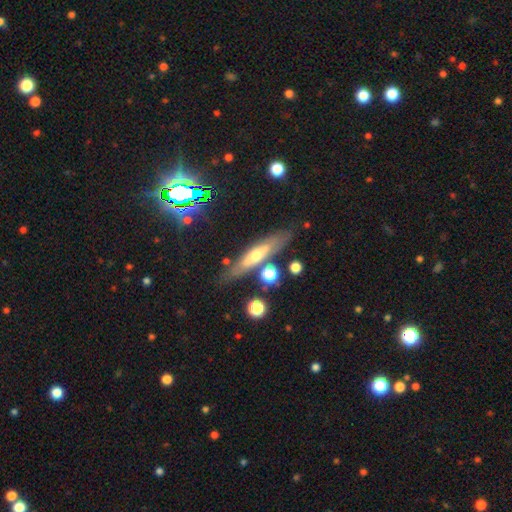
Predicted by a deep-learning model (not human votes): Q: Smooth or featured?
A: featured or disk (56%); runner-up: smooth (35%)
Q: Edge-on disk?
A: yes (73%); runner-up: no (27%)
Q: Merging?
A: none (74%); runner-up: minor disturbance (14%)